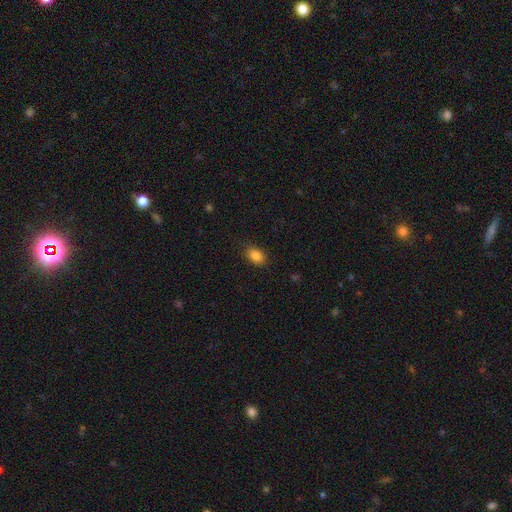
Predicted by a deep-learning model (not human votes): A smooth galaxy with no disk features (86%) that is in between round and cigar-shaped (82%). Merging: none (86%).